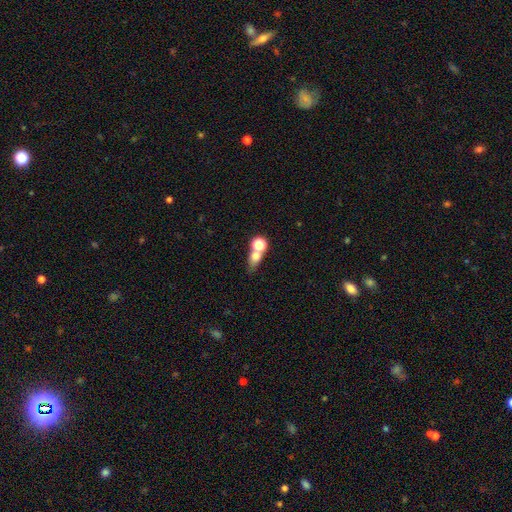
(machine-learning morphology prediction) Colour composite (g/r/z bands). It shows a smooth galaxy with no disk features (68%) that is round (50%). Merging: merger (48%).